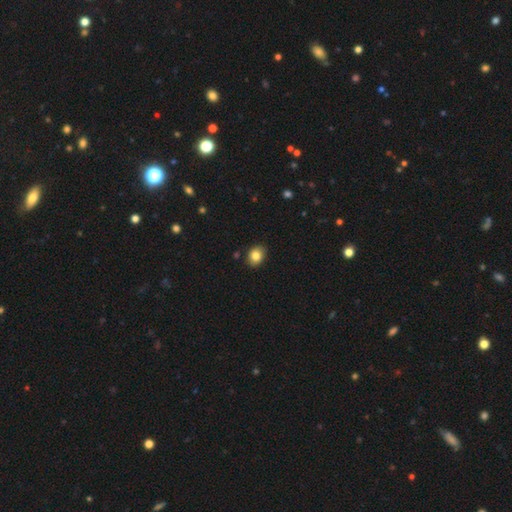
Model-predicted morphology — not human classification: This appears to be a smooth galaxy with no disk features (83%) that is in between round and cigar-shaped (55%). Merging: none (85%).